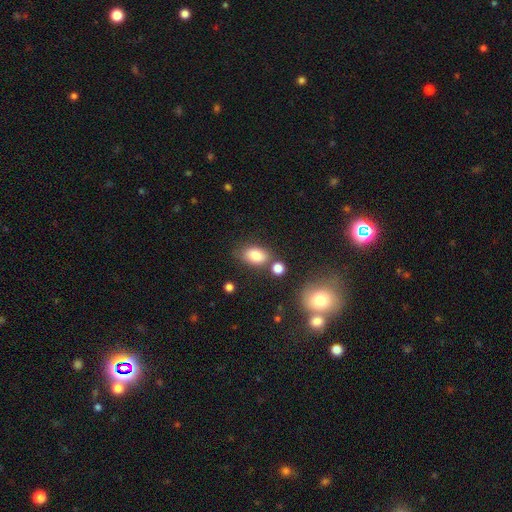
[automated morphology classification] Smooth or featured: smooth — 81% (star or artifact — 10%)
How rounded: in between — 84% (round — 14%)
Merging: none — 69% (minor disturbance — 15%)